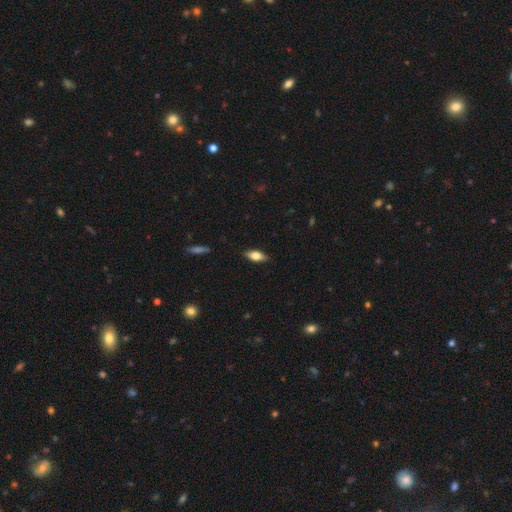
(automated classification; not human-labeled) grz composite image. It shows a smooth galaxy with no disk features (69%) that is in between round and cigar-shaped (79%). Merging: none (87%).